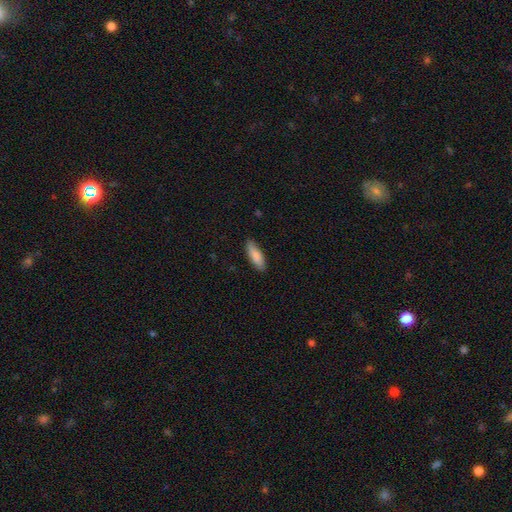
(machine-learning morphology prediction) This appears to be a smooth galaxy with no disk features (87%) that is in between round and cigar-shaped (55%). Merging: none (86%).